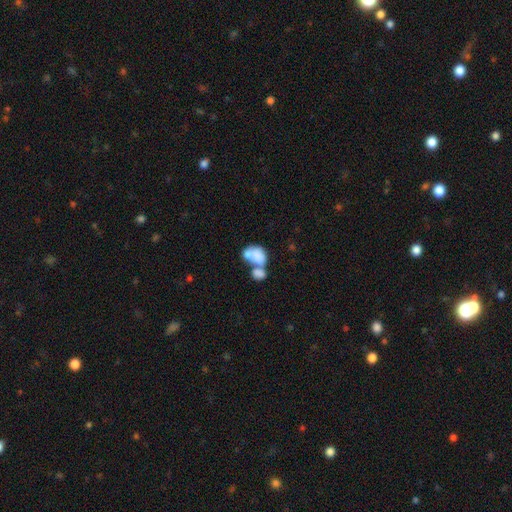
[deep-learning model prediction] A smooth galaxy with no disk features (66%) that is in between round and cigar-shaped (77%). Merging: merger (69%).